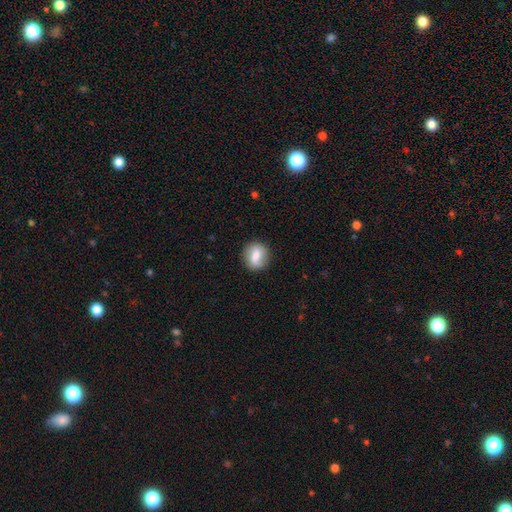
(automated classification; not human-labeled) Q: Smooth or featured?
A: smooth (67%); runner-up: featured or disk (25%)
Q: How rounded?
A: round (74%); runner-up: in between (24%)
Q: Merging?
A: none (84%); runner-up: minor disturbance (12%)